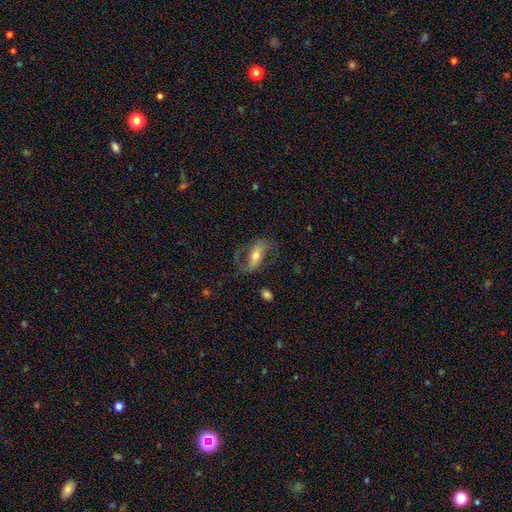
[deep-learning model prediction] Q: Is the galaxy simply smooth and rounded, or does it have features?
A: featured or disk — 75%.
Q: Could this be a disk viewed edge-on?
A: no — 89%.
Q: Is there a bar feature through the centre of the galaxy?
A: strong — 46%.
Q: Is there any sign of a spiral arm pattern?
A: yes — 89%.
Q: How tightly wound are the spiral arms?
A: loose — 59%.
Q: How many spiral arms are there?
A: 2 — 89%.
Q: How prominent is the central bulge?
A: moderate — 63%.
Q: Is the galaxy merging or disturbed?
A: none — 68%.